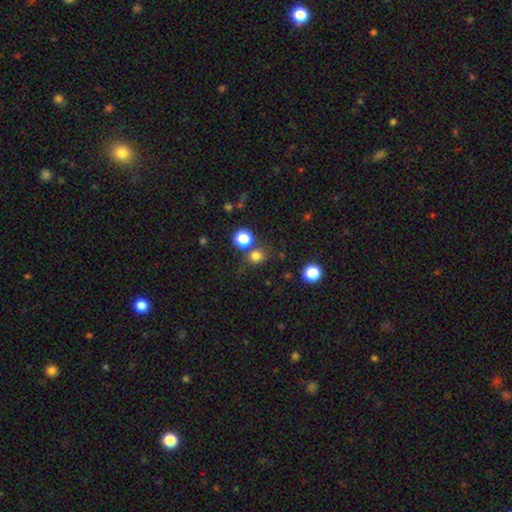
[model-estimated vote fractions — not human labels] The model was most divided on "merging": none: 71%, merger: 16%, minor disturbance: 9%, major disturbance: 4%. More confident: how rounded — round (85%); smooth or featured — smooth (77%).